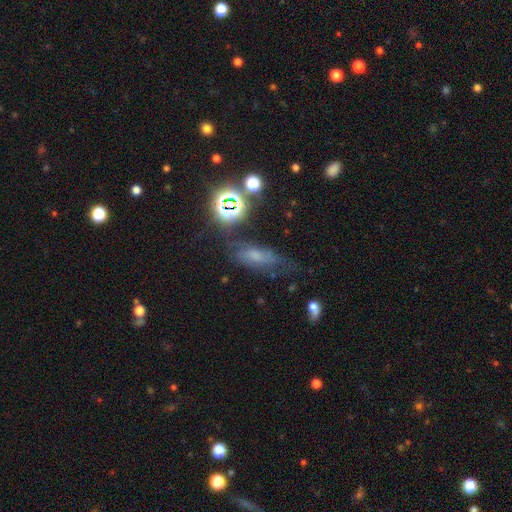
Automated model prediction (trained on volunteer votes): This is possibly a smooth galaxy (52%). How rounded: likely in between (63%). Merging: possibly none (52%).